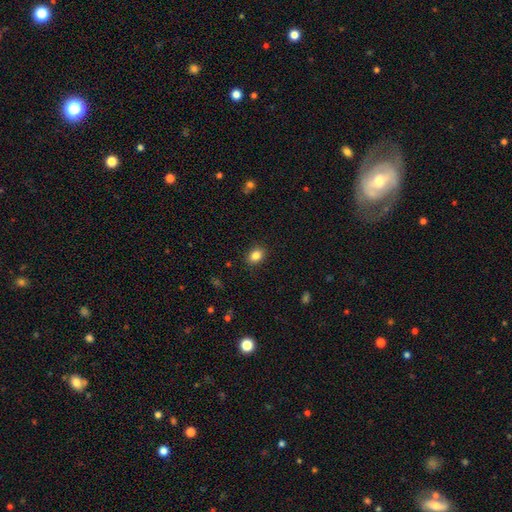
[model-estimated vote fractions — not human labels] A smooth galaxy with no disk features (85%) that is in between round and cigar-shaped (62%).

Vote fractions:
- Smooth or featured? smooth: 85% / star or artifact: 10% / featured or disk: 5%
- How rounded? in between: 62% / round: 37% / cigar-shaped: 1%
- Merging? none: 88% / minor disturbance: 8% / major disturbance: 2% / merger: 1%